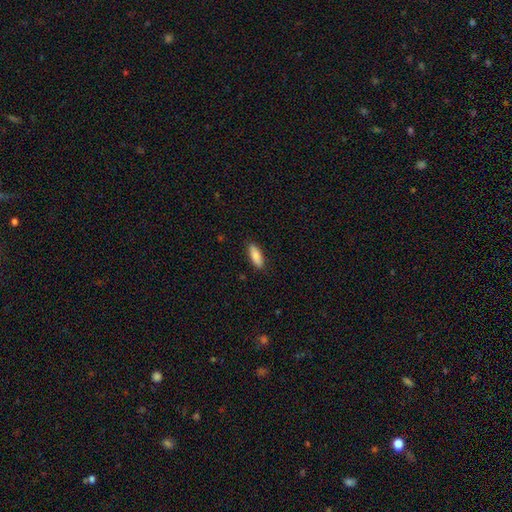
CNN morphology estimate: Smooth or featured? Predicted: smooth (p=0.84). How rounded? Predicted: in between (p=0.67). Merging? Predicted: none (p=0.88).